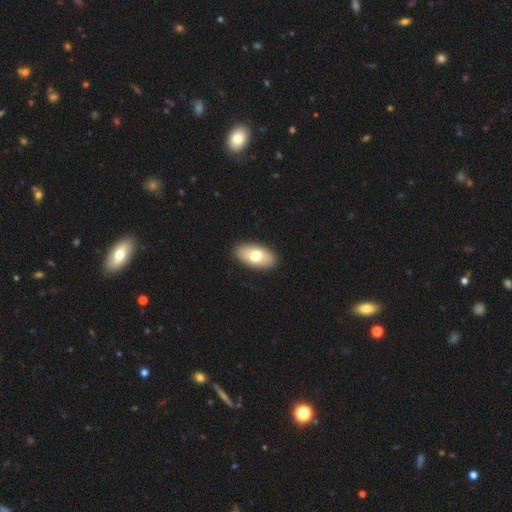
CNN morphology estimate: This appears to be a smooth galaxy with no disk features (71%) that is in between round and cigar-shaped (93%). Merging: none (90%).